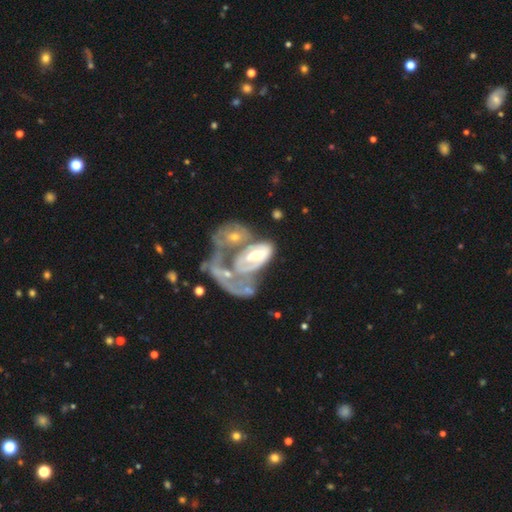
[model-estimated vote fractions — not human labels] This appears to be a featured or disk galaxy (68%) with no bar (63%), no spiral arms (56%) and a moderate central bulge (68%). Merging: merger (57%).